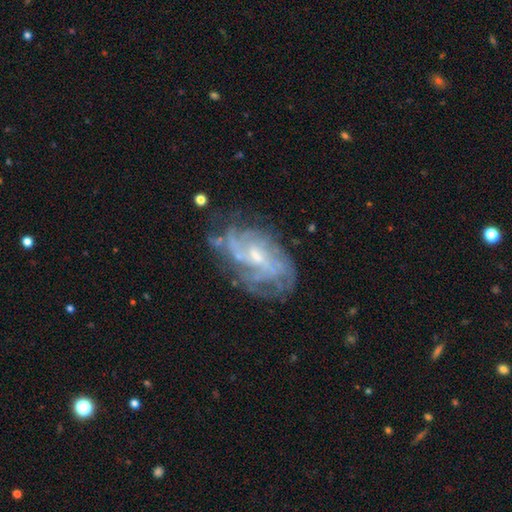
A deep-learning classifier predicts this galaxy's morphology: Smooth or featured? Predicted: featured or disk (p=0.81). Edge-on disk? Predicted: no (p=0.96). Bar? Predicted: weak (p=0.46). Spiral arms? Predicted: yes (p=0.86). Spiral winding? Predicted: tight (p=0.47). Spiral arm count? Predicted: can't tell (p=0.47). Bulge size? Predicted: small (p=0.57). Merging? Predicted: none (p=0.58).